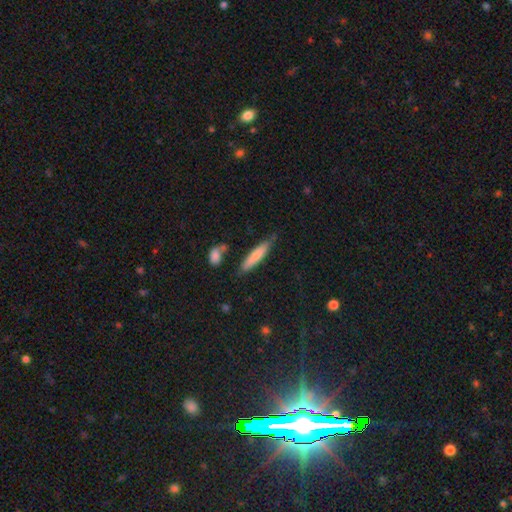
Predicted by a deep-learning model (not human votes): Morphology: type=smooth (75%); roundness=cigar-shaped (85%); merging=none (76%).